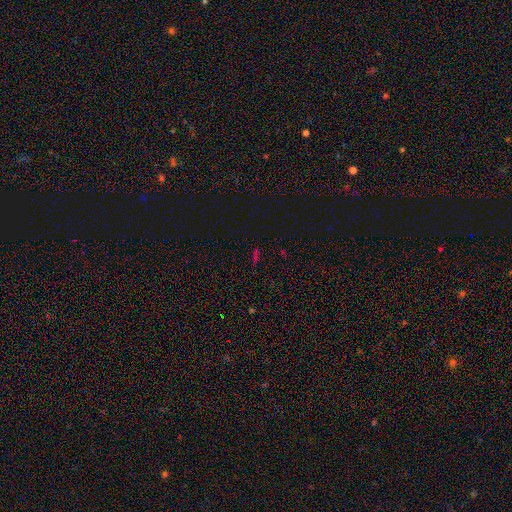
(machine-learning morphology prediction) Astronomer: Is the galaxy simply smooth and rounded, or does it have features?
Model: star or artifact — 56%.